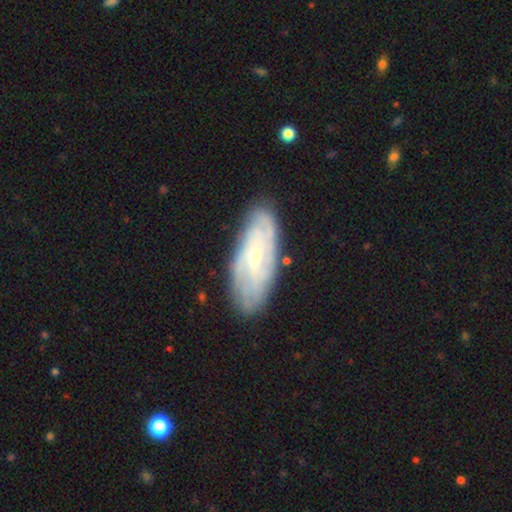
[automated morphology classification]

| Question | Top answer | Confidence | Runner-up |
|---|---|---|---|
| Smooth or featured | featured or disk | 72% | smooth (22%) |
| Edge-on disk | no | 88% | yes (12%) |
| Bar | no | 46% | weak (43%) |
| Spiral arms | yes | 88% | no (12%) |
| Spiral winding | tight | 61% | medium (30%) |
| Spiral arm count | can't tell | 49% | 2 (16%) |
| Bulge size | small | 71% | moderate (23%) |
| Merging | none | 80% | minor disturbance (15%) |